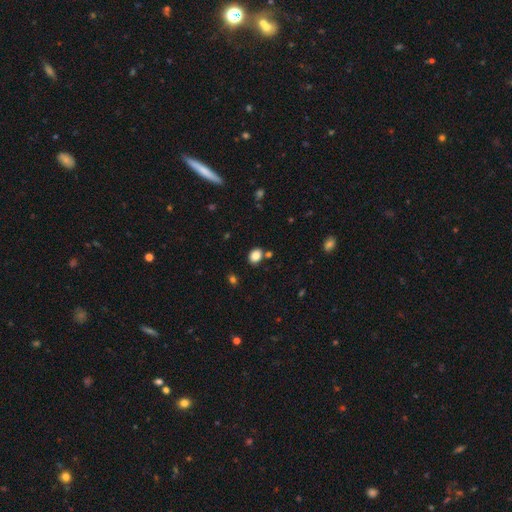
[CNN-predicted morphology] Smooth or featured: smooth — 85% (star or artifact — 10%)
How rounded: in between — 58% (round — 41%)
Merging: none — 77% (minor disturbance — 11%)